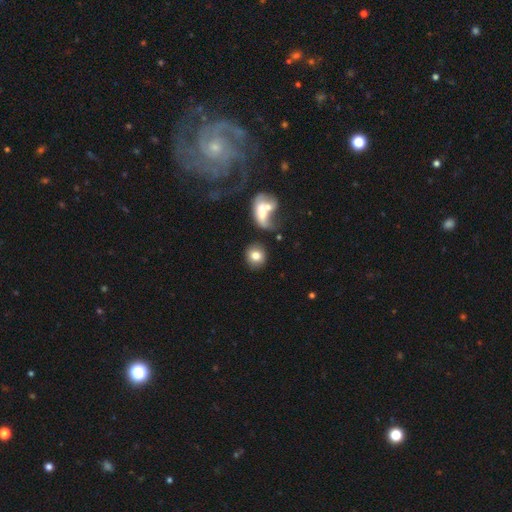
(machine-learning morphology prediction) smooth_or_featured: smooth (p=0.78) [alt: featured or disk p=0.13]
how_rounded: round (p=0.81) [alt: in between p=0.18]
merging: none (p=0.73) [alt: merger p=0.11]